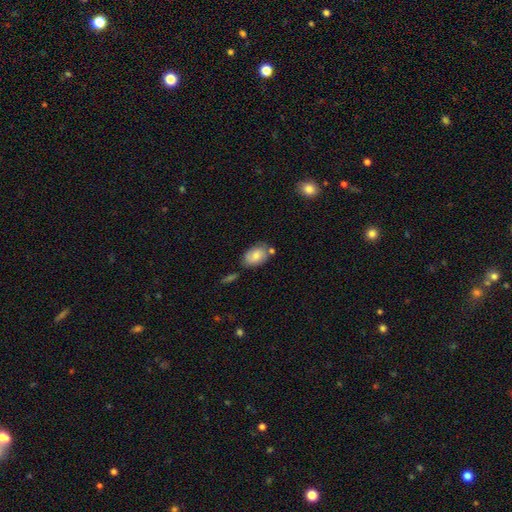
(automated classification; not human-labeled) smooth-or-featured: smooth: 73% | featured or disk: 19% | star or artifact: 7%
  how-rounded: in between: 86% | round: 12% | cigar-shaped: 1%
  merging: none: 60% | minor disturbance: 22% | merger: 13% | major disturbance: 5%